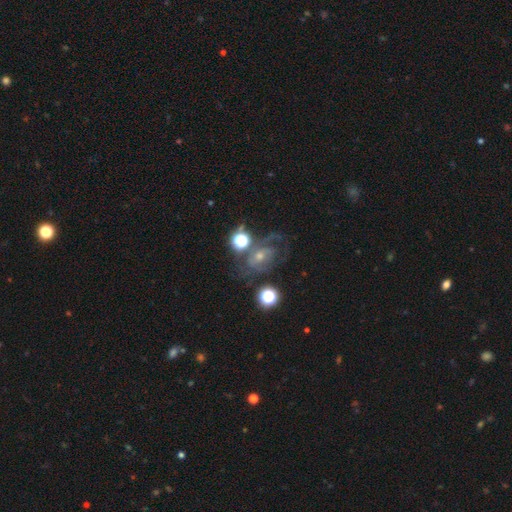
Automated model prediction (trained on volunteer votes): Smooth or featured: featured or disk — 58% (smooth — 24%)
Edge-on disk: no — 96% (yes — 4%)
Bar: no — 58% (weak — 32%)
Spiral arms: yes — 75% (no — 25%)
Bulge size: moderate — 46% (small — 43%)
Merging: none — 43% (major disturbance — 26%)